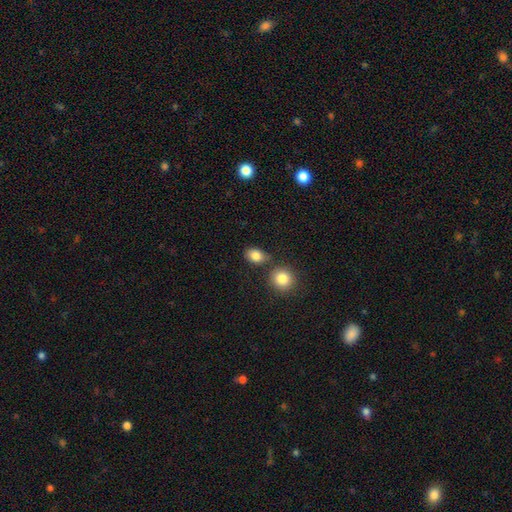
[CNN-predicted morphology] Smooth or featured: smooth — 84% (star or artifact — 9%)
How rounded: in between — 70% (round — 29%)
Merging: none — 70% (merger — 14%)